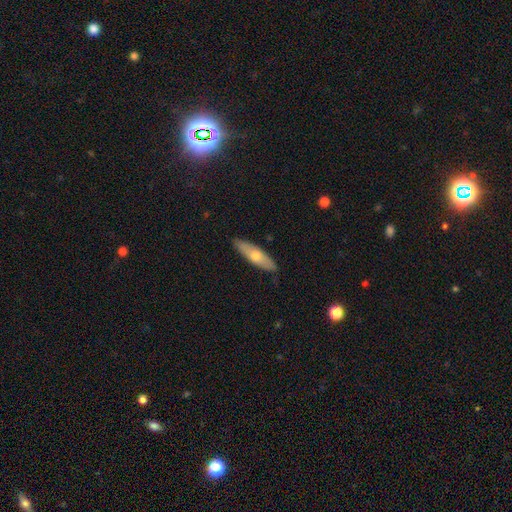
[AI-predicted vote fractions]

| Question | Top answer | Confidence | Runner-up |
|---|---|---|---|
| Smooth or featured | smooth | 55% | featured or disk (38%) |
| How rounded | cigar-shaped | 65% | in between (33%) |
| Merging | none | 88% | minor disturbance (9%) |